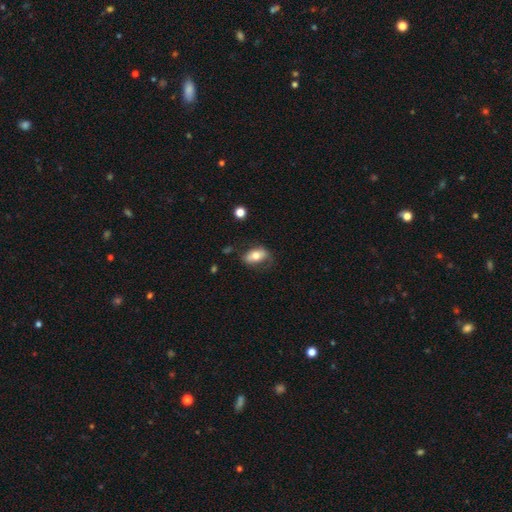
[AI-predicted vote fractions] The model was most divided on "merging": none: 62%, minor disturbance: 25%, major disturbance: 11%, merger: 2%. More confident: how rounded — in between (89%); smooth or featured — smooth (68%).